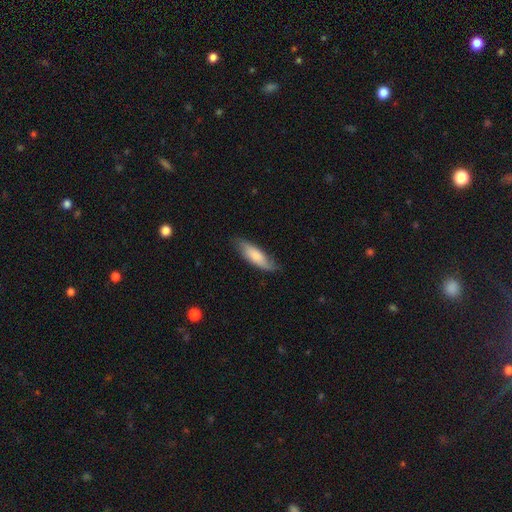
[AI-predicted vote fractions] This appears to be a smooth galaxy with no disk features (75%) that is cigar-shaped (50%). Merging: none (75%).